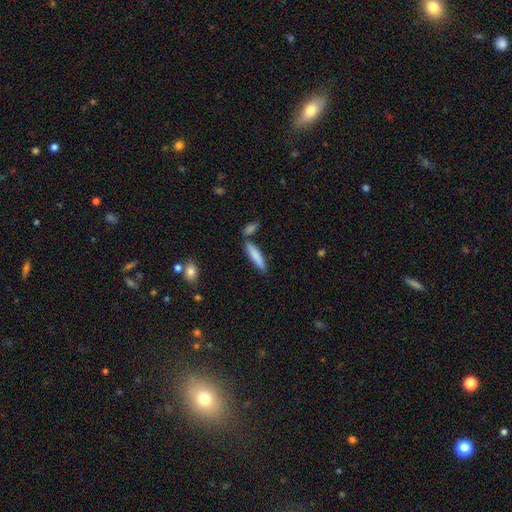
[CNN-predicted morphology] Q: Smooth or featured?
A: smooth (79%); runner-up: featured or disk (15%)
Q: How rounded?
A: cigar-shaped (80%); runner-up: in between (19%)
Q: Merging?
A: none (73%); runner-up: minor disturbance (13%)